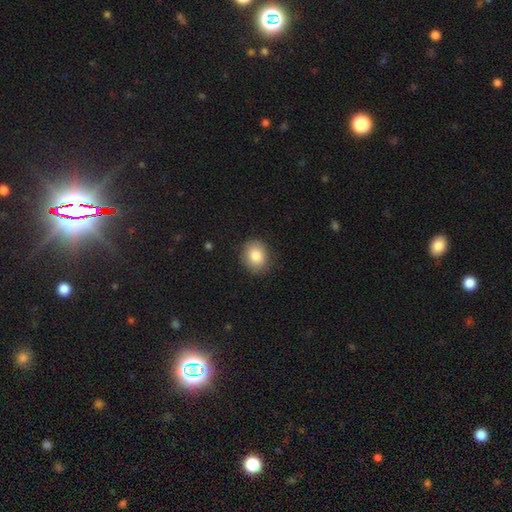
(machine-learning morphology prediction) Smooth or featured: smooth — 85% (star or artifact — 8%)
How rounded: round — 59% (in between — 40%)
Merging: none — 85% (minor disturbance — 11%)